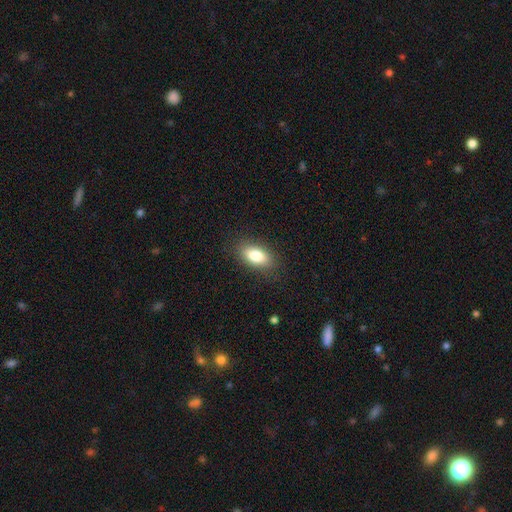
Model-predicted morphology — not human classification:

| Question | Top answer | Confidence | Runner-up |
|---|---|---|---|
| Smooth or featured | smooth | 83% | featured or disk (9%) |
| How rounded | in between | 89% | cigar-shaped (6%) |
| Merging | none | 86% | minor disturbance (10%) |